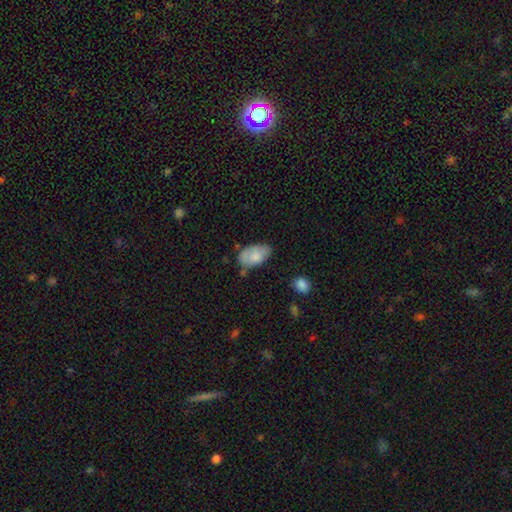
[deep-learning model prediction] Smooth or featured?
  - smooth: 79% *
  - featured or disk: 14%
  - star or artifact: 6%
How rounded?
  - in between: 94% *
  - round: 5%
  - cigar-shaped: 2%
Merging?
  - none: 62% *
  - minor disturbance: 27%
  - major disturbance: 6%
  - merger: 5%